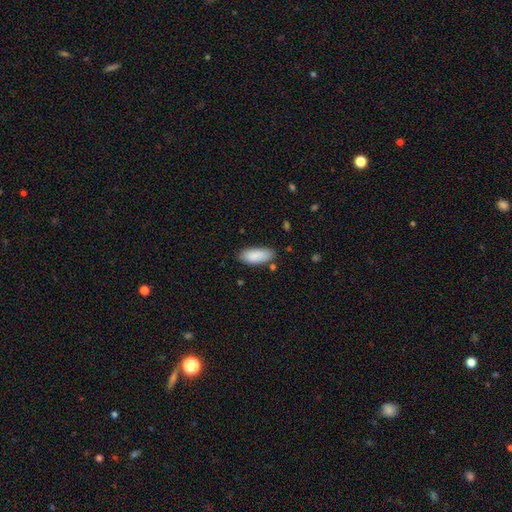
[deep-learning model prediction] smooth 89%, star or artifact 6%, featured or disk 5%. Down the decision tree: how rounded — in between (84%); merging — none (79%).